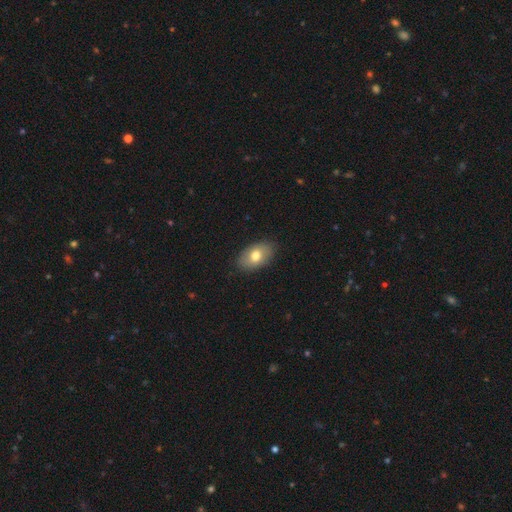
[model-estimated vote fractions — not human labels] This is likely a smooth galaxy (74%). How rounded: clearly in between (90%). Merging: clearly none (86%).